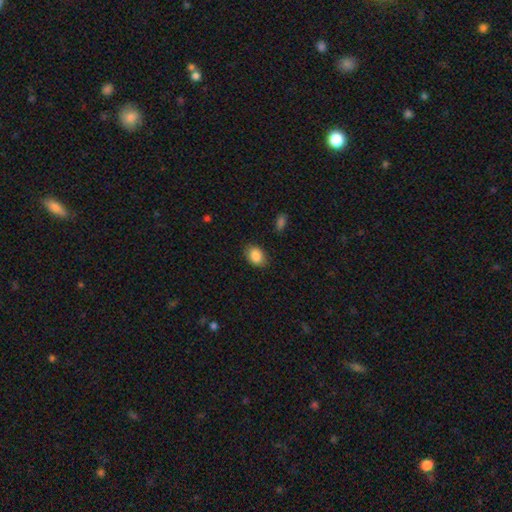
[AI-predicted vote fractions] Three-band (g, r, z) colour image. It shows a smooth galaxy with no disk features (88%) that is in between round and cigar-shaped (76%). Merging: none (85%).